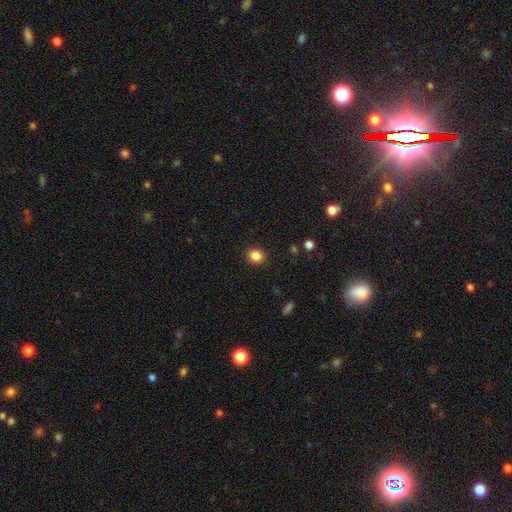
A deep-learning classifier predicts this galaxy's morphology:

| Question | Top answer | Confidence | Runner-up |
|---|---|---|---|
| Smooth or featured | smooth | 85% | star or artifact (11%) |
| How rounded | round | 71% | in between (28%) |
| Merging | none | 90% | minor disturbance (7%) |